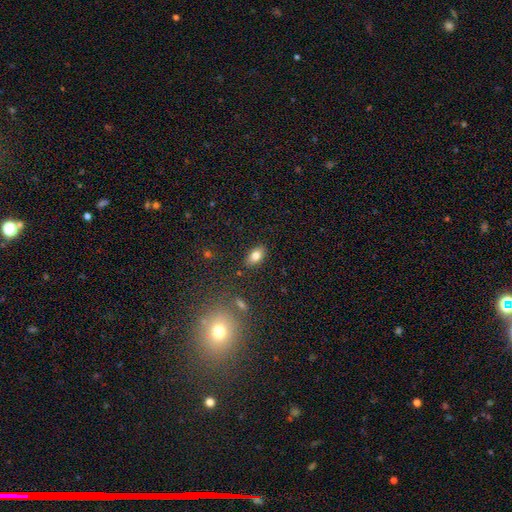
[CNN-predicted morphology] A smooth galaxy with no disk features (79%) that is in between round and cigar-shaped (90%).

Vote fractions:
- Smooth or featured? smooth: 79% / featured or disk: 12% / star or artifact: 9%
- How rounded? in between: 90% / round: 7% / cigar-shaped: 3%
- Merging? none: 85% / minor disturbance: 10% / major disturbance: 3% / merger: 2%